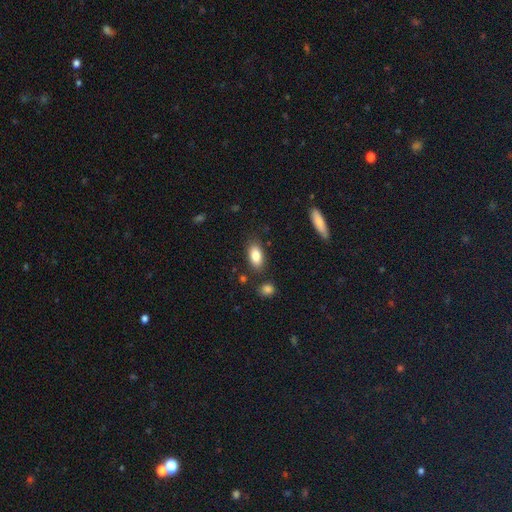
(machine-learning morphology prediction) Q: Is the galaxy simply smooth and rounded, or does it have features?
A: smooth — 84%.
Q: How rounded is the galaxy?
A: in between — 89%.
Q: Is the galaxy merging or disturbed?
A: none — 81%.